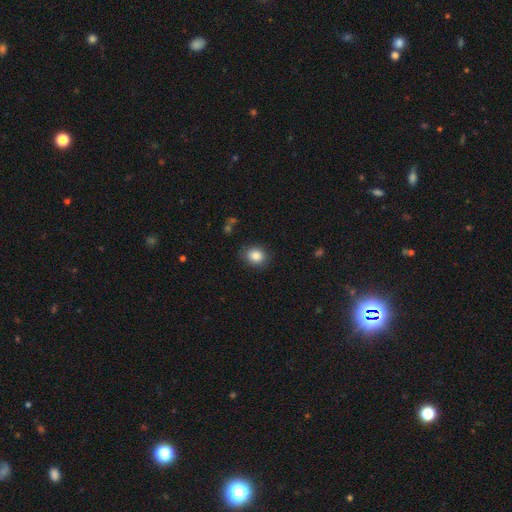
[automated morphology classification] type=smooth (86%); roundness=round (65%); merging=none (85%).